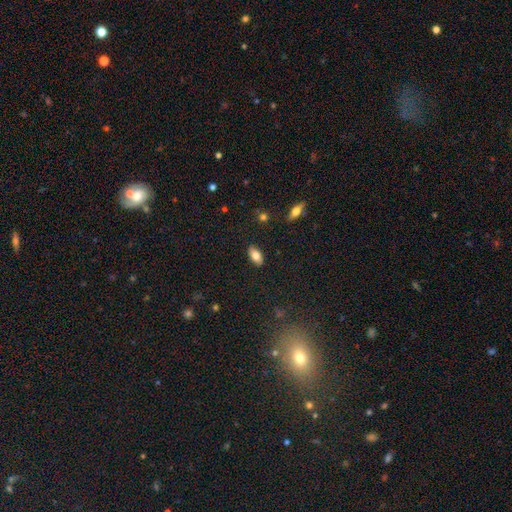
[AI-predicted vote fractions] Morphology: type=smooth (79%); roundness=in between (91%); merging=none (88%).